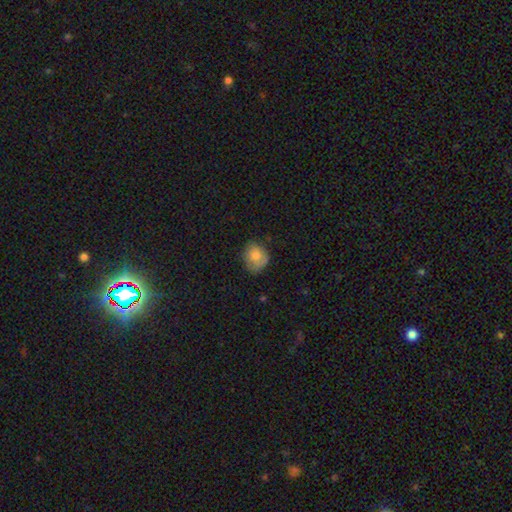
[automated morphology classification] Smooth or featured? smooth (78%)
How rounded? round (74%)
Merging? none (66%)